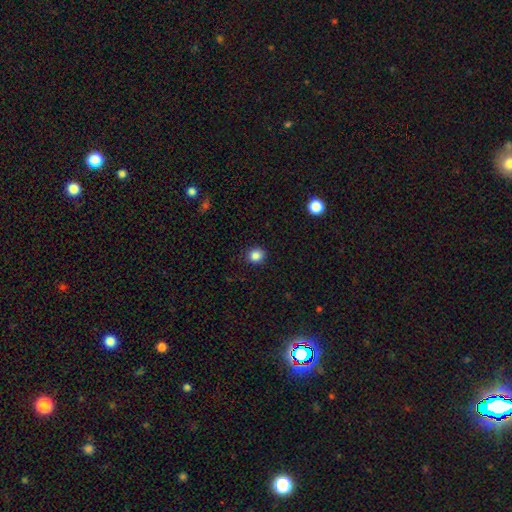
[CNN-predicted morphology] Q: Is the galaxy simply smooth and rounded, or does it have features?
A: smooth — 86%.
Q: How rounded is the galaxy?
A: round — 86%.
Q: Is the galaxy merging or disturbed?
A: none — 89%.